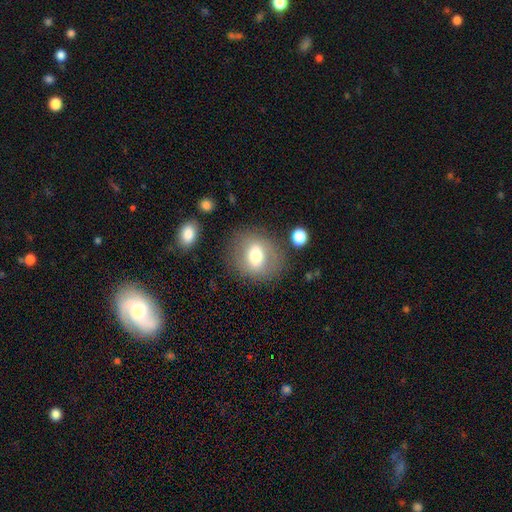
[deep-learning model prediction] This is likely a smooth galaxy (62%). How rounded: likely round (60%). Merging: likely none (77%).